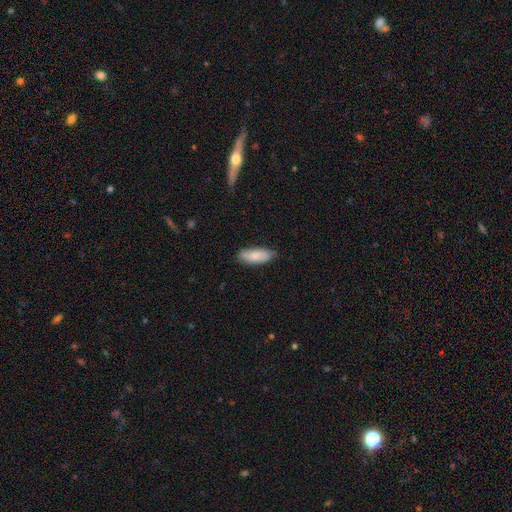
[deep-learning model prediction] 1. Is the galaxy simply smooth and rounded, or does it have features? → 78% smooth, 16% featured or disk, 6% star or artifact.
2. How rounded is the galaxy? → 77% in between, 21% cigar-shaped, 2% round.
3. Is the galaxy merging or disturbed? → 77% none, 19% minor disturbance, 3% major disturbance, 1% merger.